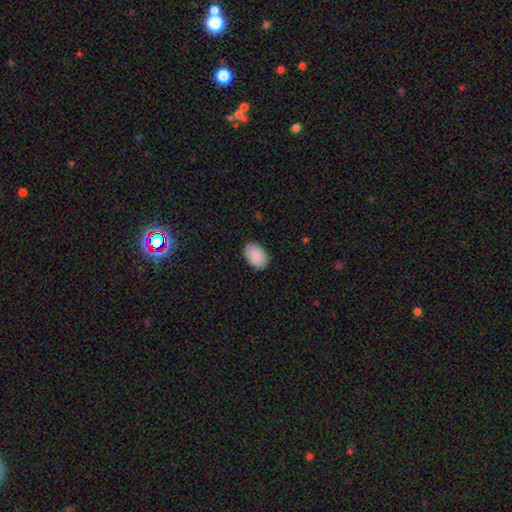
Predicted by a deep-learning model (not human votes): Overall: smooth (90%). How rounded: in between (90%). Merging: none (88%).